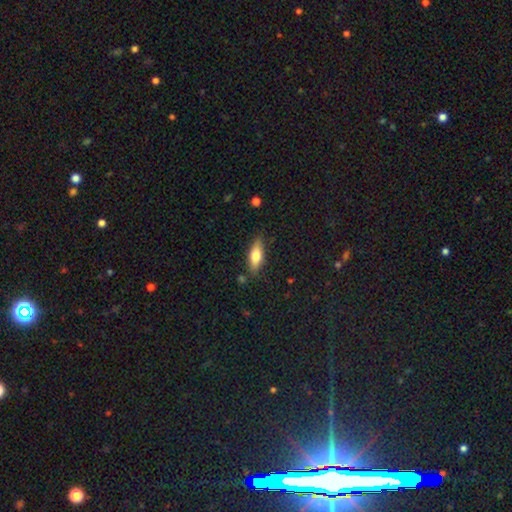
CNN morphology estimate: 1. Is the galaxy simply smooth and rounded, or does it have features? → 65% smooth, 28% featured or disk, 7% star or artifact.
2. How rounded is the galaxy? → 61% in between, 36% cigar-shaped, 3% round.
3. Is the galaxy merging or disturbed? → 82% none, 14% minor disturbance, 3% major disturbance, 2% merger.